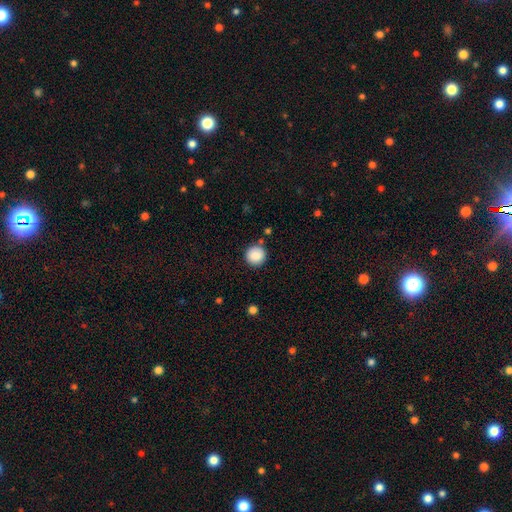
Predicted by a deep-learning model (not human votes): smooth 88%, star or artifact 8%, featured or disk 3%. Down the decision tree: how rounded — round (95%); merging — none (87%).